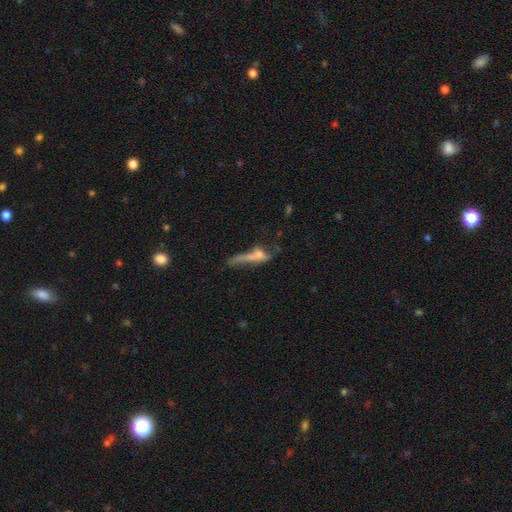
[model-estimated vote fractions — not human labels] smooth-or-featured: smooth: 49% | featured or disk: 39% | star or artifact: 12%
  merging: major disturbance: 32% | none: 27% | merger: 23% | minor disturbance: 18%